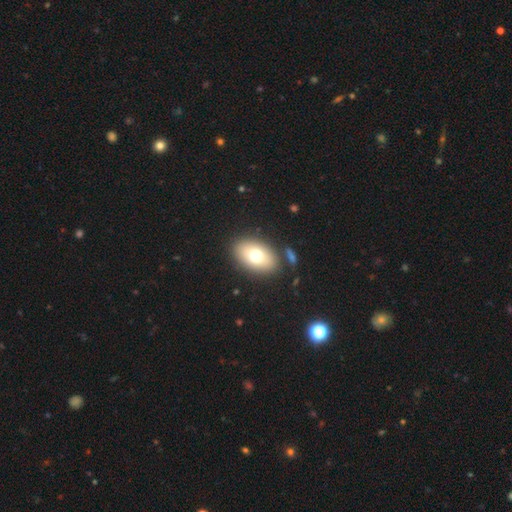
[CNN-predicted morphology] The model was most divided on "smooth or featured": smooth: 71%, featured or disk: 20%, star or artifact: 9%. More confident: how rounded — in between (85%); merging — none (84%).